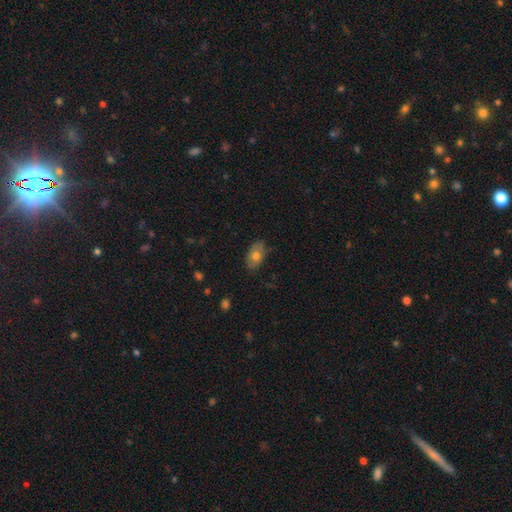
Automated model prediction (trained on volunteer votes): smooth_or_featured: smooth (p=0.72) [alt: featured or disk p=0.21]
how_rounded: in between (p=0.90) [alt: round p=0.08]
merging: none (p=0.78) [alt: minor disturbance p=0.17]